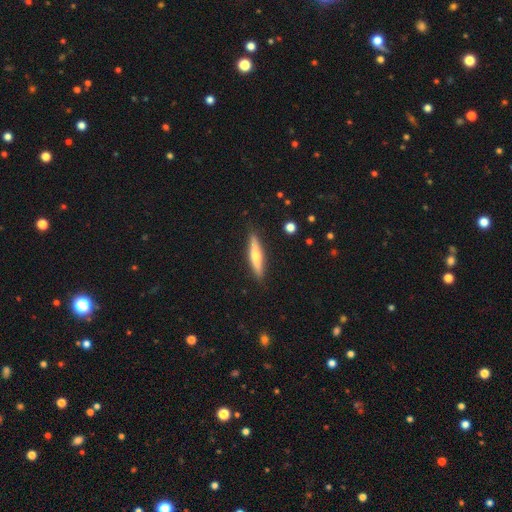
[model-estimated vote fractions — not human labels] Smooth or featured: featured or disk — 51% (smooth — 44%)
Edge-on disk: yes — 94% (no — 6%)
Merging: none — 90% (minor disturbance — 8%)